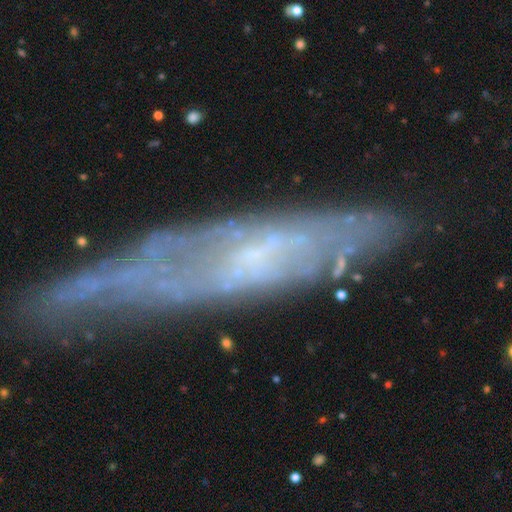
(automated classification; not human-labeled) Smooth or featured?
  - featured or disk: 66% *
  - smooth: 25%
  - star or artifact: 10%
Edge-on disk?
  - no: 52% *
  - yes: 48%
Merging?
  - none: 64% *
  - minor disturbance: 22%
  - major disturbance: 11%
  - merger: 3%